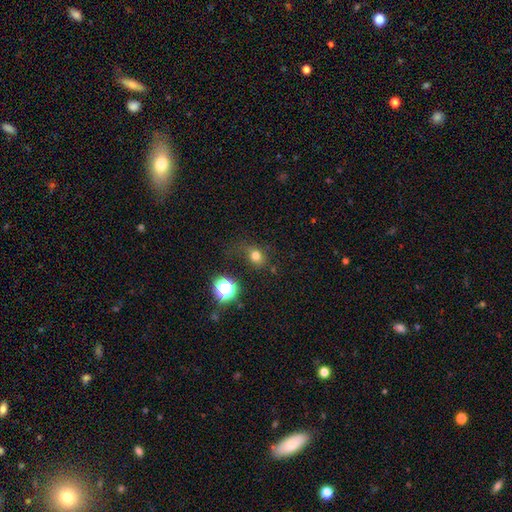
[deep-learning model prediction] Morphology: type=smooth (74%); roundness=round (63%); merging=none (58%).